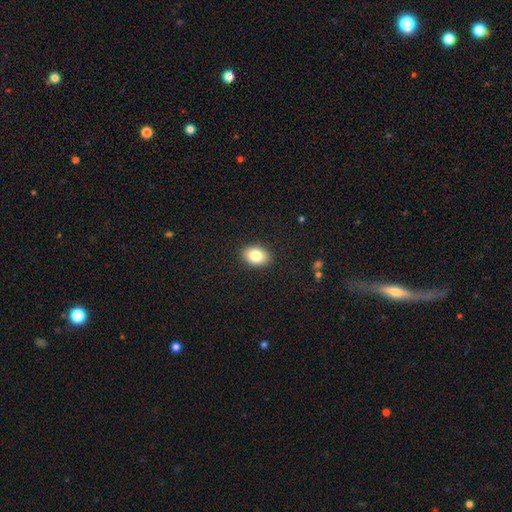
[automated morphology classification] smooth-or-featured: smooth: 83% | featured or disk: 9% | star or artifact: 8%
  how-rounded: in between: 78% | round: 20% | cigar-shaped: 1%
  merging: none: 90% | minor disturbance: 7% | major disturbance: 2% | merger: 1%